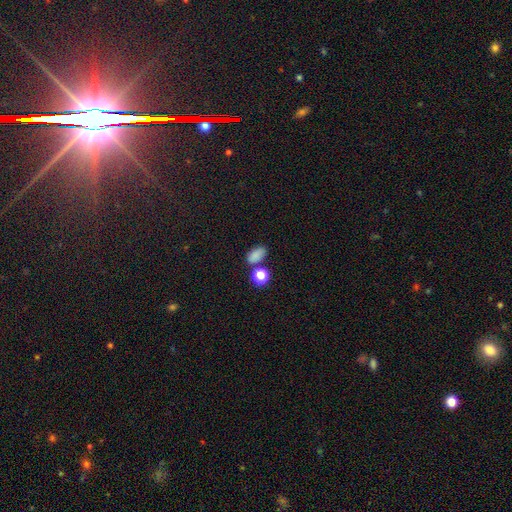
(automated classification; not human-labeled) Morphology: type=smooth (81%); roundness=in between (84%); merging=none (68%).